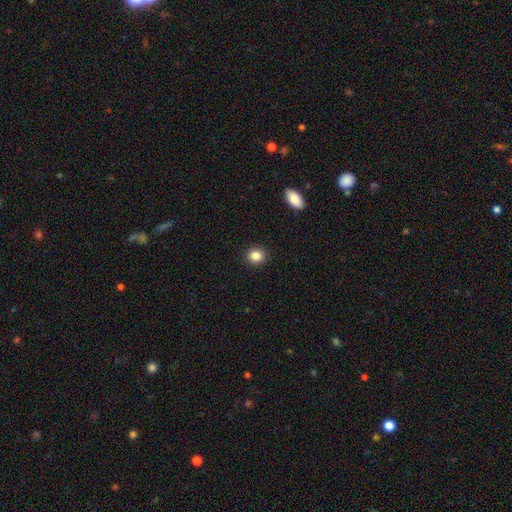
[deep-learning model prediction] Overall: smooth (85%). How rounded: round (80%). Merging: none (92%).